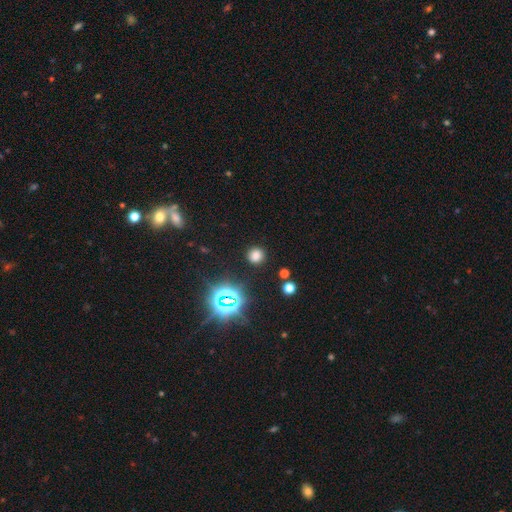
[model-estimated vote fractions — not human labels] This is likely a smooth galaxy (71%). How rounded: clearly round (89%). Merging: clearly none (88%).